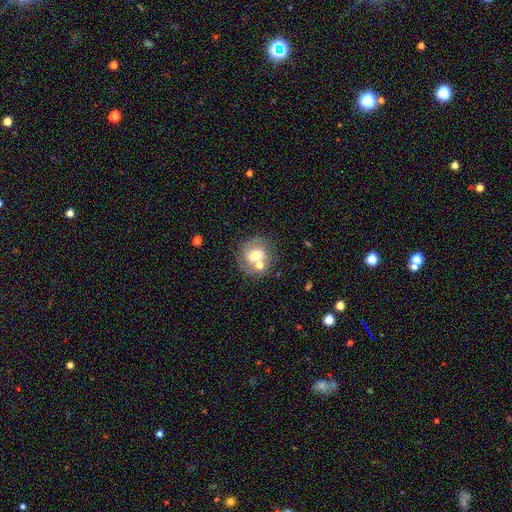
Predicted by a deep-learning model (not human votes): A smooth galaxy with no disk features (46%).

Vote fractions:
- Smooth or featured? smooth: 46% / featured or disk: 45% / star or artifact: 9%
- Merging? none: 55% / merger: 25% / minor disturbance: 13% / major disturbance: 6%